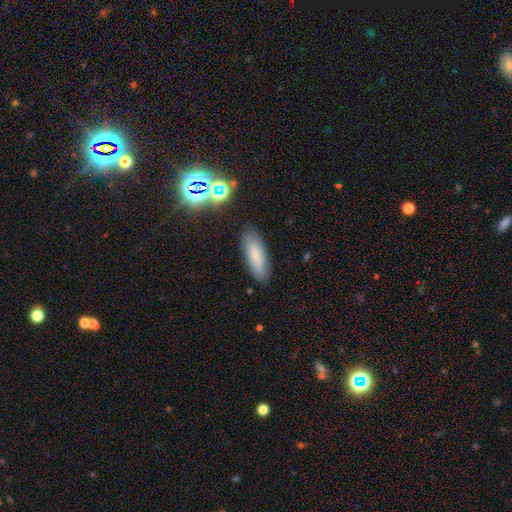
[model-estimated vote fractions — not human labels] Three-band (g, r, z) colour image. It shows a smooth galaxy with no disk features (79%) that is in between round and cigar-shaped (50%). Merging: none (85%).